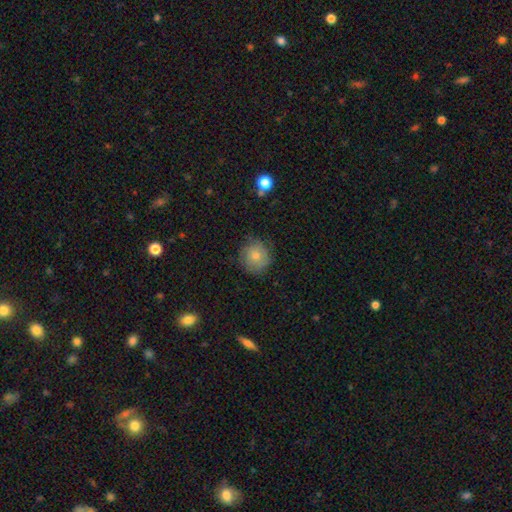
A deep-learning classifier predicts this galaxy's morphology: Q: Smooth or featured?
A: smooth (61%); runner-up: featured or disk (27%)
Q: How rounded?
A: round (90%); runner-up: in between (9%)
Q: Merging?
A: none (79%); runner-up: minor disturbance (15%)